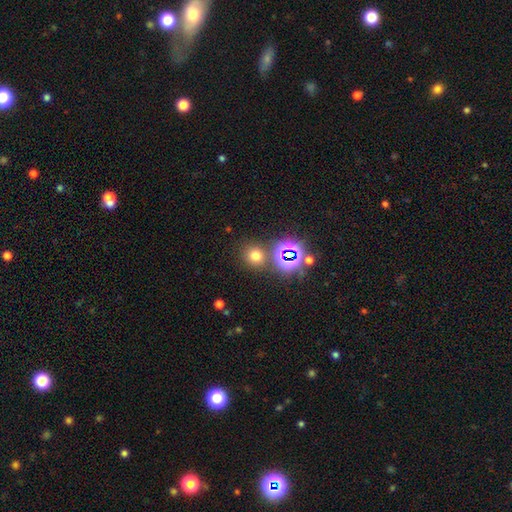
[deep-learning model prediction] A smooth galaxy with no disk features (64%) that is round (85%).

Vote fractions:
- Smooth or featured? smooth: 64% / star or artifact: 28% / featured or disk: 7%
- How rounded? round: 85% / in between: 13% / cigar-shaped: 1%
- Merging? none: 80% / merger: 8% / minor disturbance: 8% / major disturbance: 4%